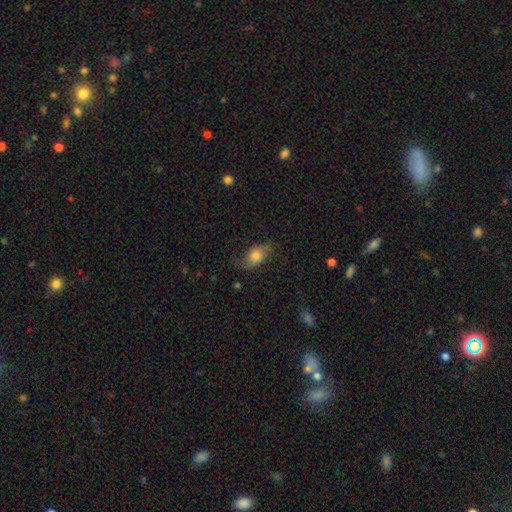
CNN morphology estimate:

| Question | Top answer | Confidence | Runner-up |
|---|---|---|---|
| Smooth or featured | smooth | 65% | featured or disk (27%) |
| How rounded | in between | 85% | round (9%) |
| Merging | none | 66% | minor disturbance (23%) |